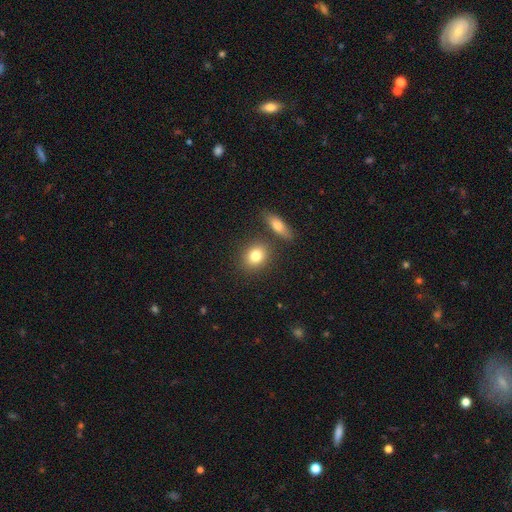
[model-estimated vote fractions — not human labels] smooth-or-featured: smooth: 81% | featured or disk: 11% | star or artifact: 9%
  how-rounded: round: 56% | in between: 41% | cigar-shaped: 3%
  merging: none: 77% | merger: 11% | minor disturbance: 9% | major disturbance: 3%